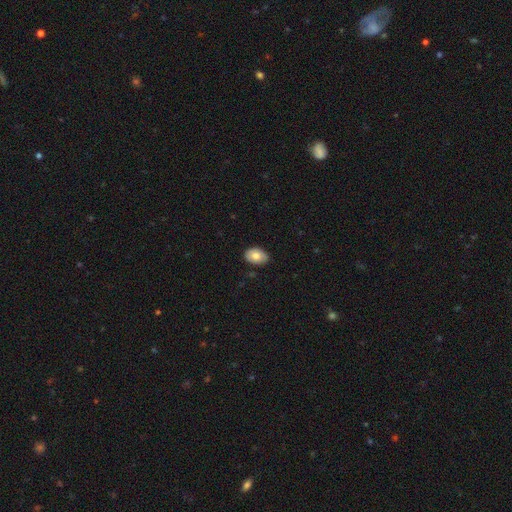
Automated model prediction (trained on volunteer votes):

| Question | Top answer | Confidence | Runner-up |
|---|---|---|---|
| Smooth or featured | smooth | 77% | featured or disk (17%) |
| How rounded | in between | 86% | round (13%) |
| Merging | none | 85% | minor disturbance (12%) |